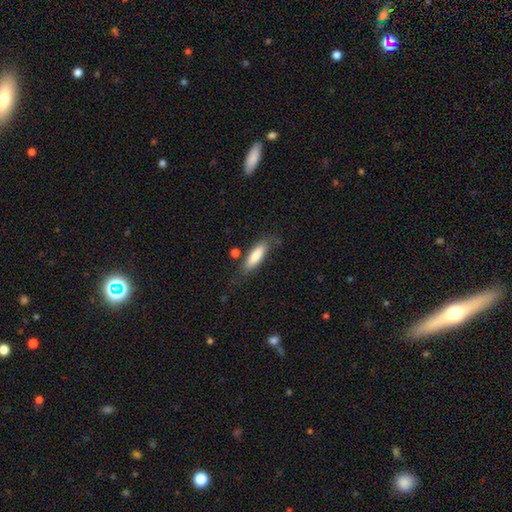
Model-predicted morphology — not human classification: Overall: smooth (78%). How rounded: cigar-shaped (59%; in between 40%). Merging: none (69%).